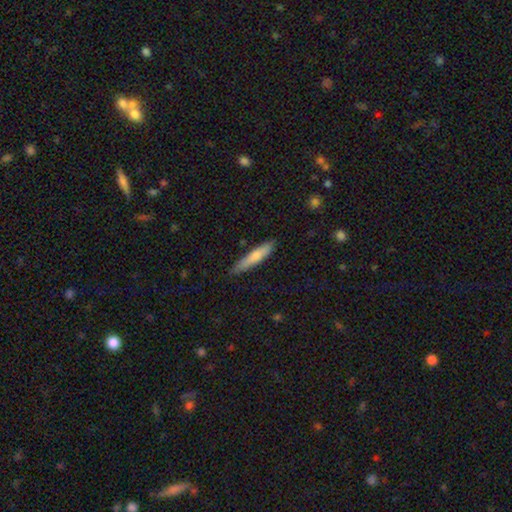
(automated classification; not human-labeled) Smooth or featured? Predicted: smooth (p=0.69). How rounded? Predicted: cigar-shaped (p=0.89). Merging? Predicted: none (p=0.81).